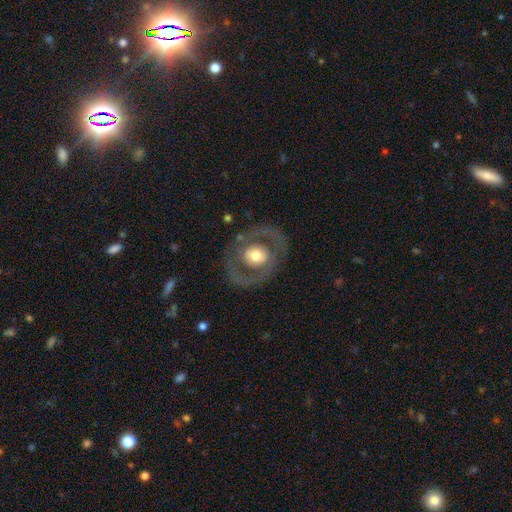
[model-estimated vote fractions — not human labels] Morphology: type=featured or disk (60%); edge-on=no (95%); bar=no (74%); spiral arms=no (71%); bulge=moderate (59%); merging=none (79%).